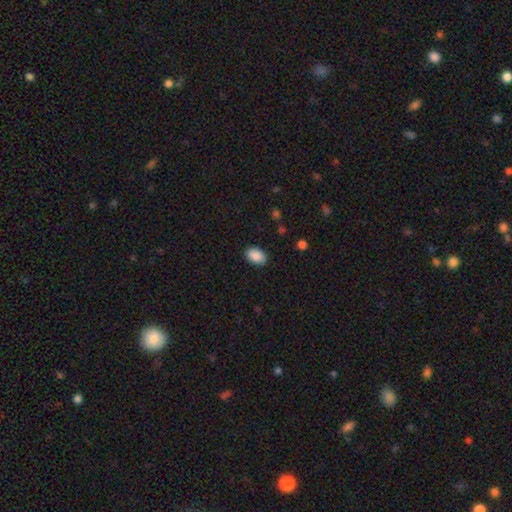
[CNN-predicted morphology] Q: Smooth or featured?
A: smooth (90%); runner-up: star or artifact (7%)
Q: How rounded?
A: in between (89%); runner-up: round (10%)
Q: Merging?
A: none (88%); runner-up: minor disturbance (9%)